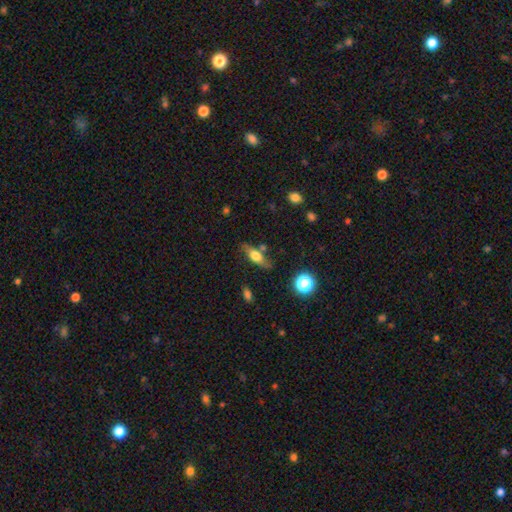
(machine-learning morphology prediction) This appears to be a smooth galaxy with no disk features (56%) that is in between round and cigar-shaped (60%). Merging: none (70%).